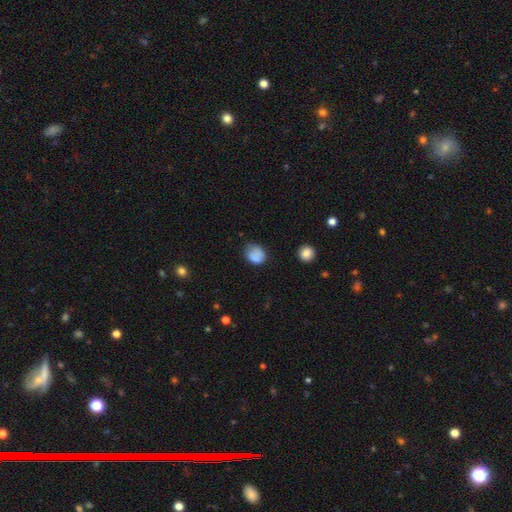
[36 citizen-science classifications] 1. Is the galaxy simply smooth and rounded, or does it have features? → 89% smooth, 8% star or artifact, 3% featured or disk.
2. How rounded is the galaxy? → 56% round, 44% in between, 0% cigar-shaped.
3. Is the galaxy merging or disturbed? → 61% none, 33% minor disturbance, 3% major disturbance, 3% merger.